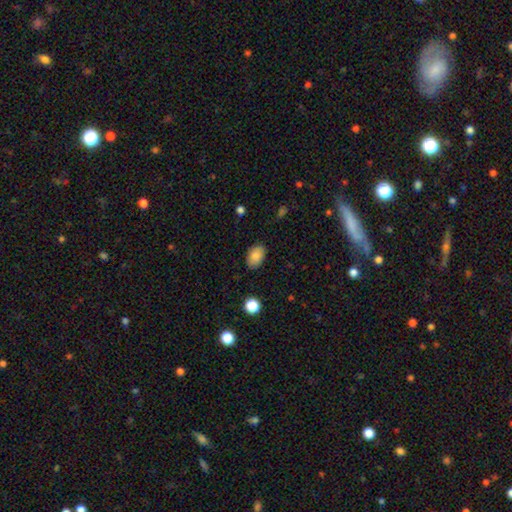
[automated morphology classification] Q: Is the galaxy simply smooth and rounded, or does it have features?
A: smooth — 86%.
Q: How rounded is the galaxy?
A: in between — 88%.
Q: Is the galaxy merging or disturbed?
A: none — 85%.